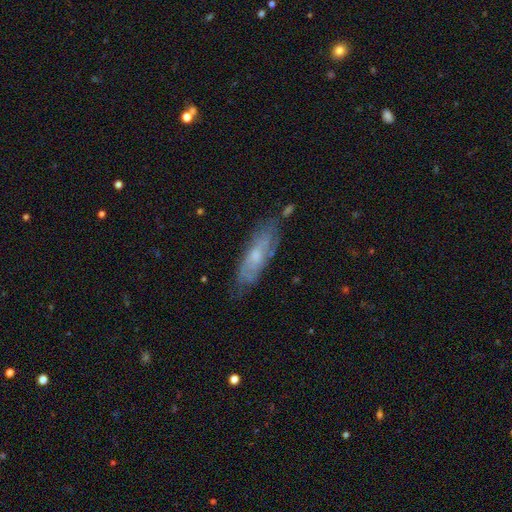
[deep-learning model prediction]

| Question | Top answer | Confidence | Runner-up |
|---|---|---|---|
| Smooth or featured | featured or disk | 49% | smooth (43%) |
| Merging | none | 72% | minor disturbance (20%) |